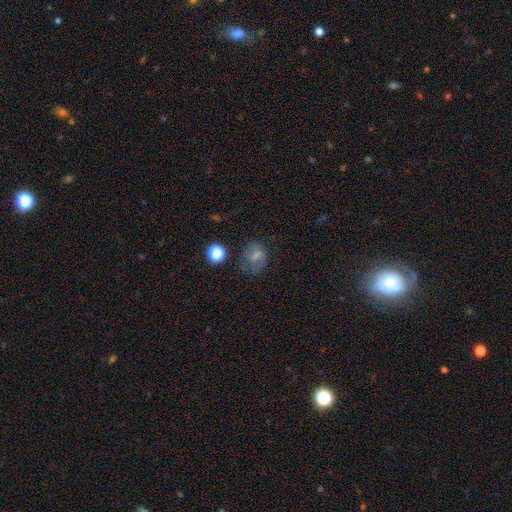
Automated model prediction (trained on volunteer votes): This appears to be a smooth galaxy with no disk features (71%) that is round (53%). Merging: none (52%).